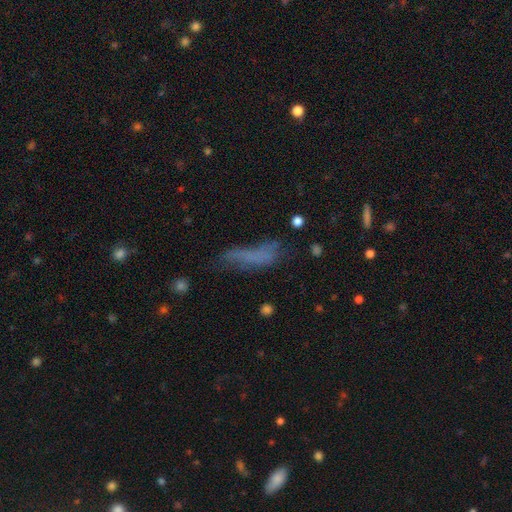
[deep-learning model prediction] smooth 61%, featured or disk 24%, star or artifact 16%. Down the decision tree: how rounded — cigar-shaped (62%); merging — none (43%).